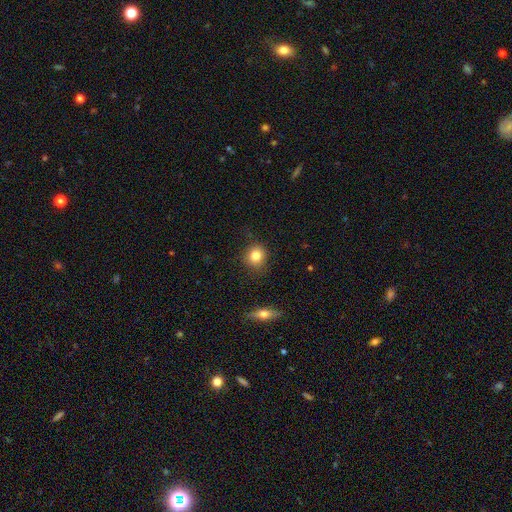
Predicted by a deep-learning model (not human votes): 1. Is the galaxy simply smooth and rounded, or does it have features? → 82% smooth, 10% star or artifact, 8% featured or disk.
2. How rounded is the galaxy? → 83% round, 16% in between, 1% cigar-shaped.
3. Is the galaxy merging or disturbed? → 84% none, 11% minor disturbance, 3% major disturbance, 2% merger.